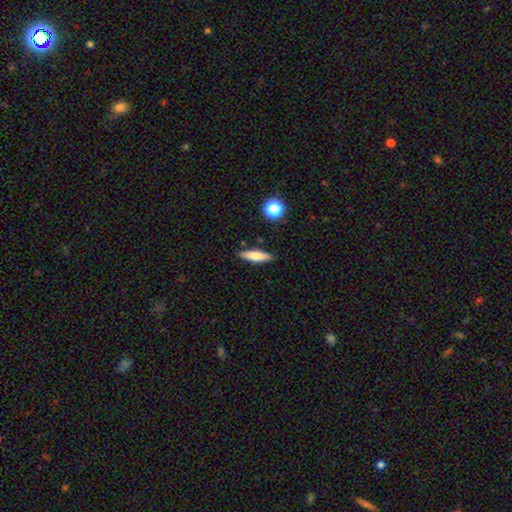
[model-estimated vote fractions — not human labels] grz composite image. It shows a smooth galaxy with no disk features (73%) that is cigar-shaped (66%). Merging: none (86%).